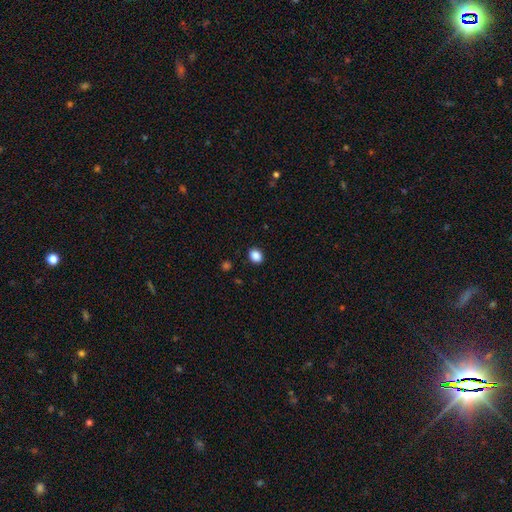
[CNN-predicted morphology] This appears to be a smooth galaxy with no disk features (88%) that is in between round and cigar-shaped (50%). Merging: none (90%).